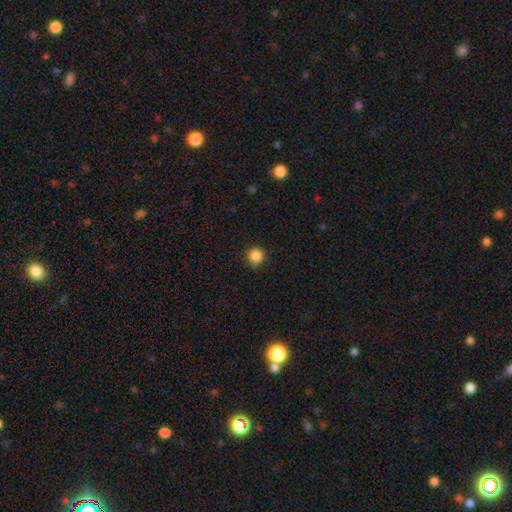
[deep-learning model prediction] Smooth or featured?
  - smooth: 86% *
  - star or artifact: 11%
  - featured or disk: 3%
How rounded?
  - round: 93% *
  - in between: 6%
  - cigar-shaped: 1%
Merging?
  - none: 87% *
  - minor disturbance: 10%
  - major disturbance: 2%
  - merger: 1%